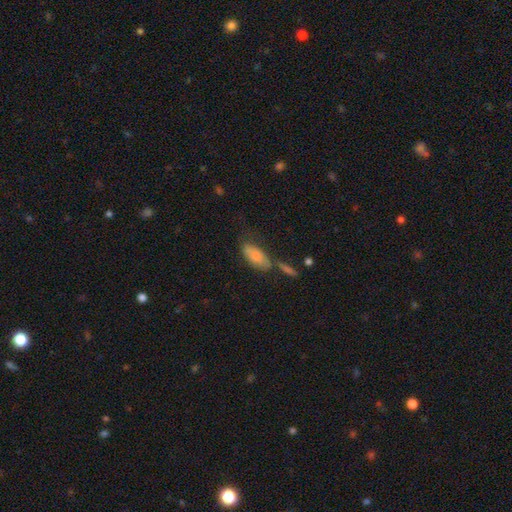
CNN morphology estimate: Smooth or featured? Predicted: smooth (p=0.75). How rounded? Predicted: in between (p=0.85). Merging? Predicted: none (p=0.45).